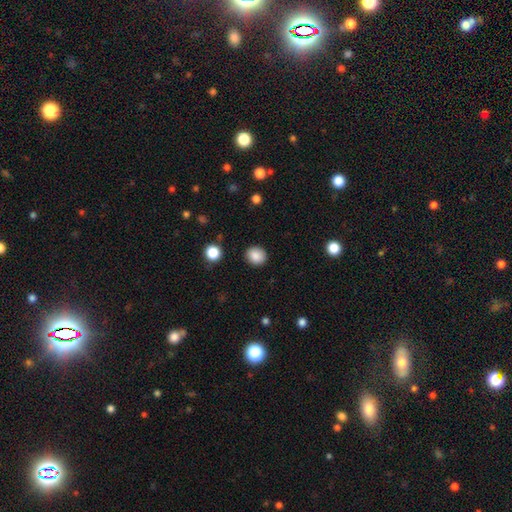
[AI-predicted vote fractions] Smooth or featured?
  - smooth: 87% *
  - star or artifact: 9%
  - featured or disk: 4%
How rounded?
  - round: 75% *
  - in between: 25%
  - cigar-shaped: 1%
Merging?
  - none: 89% *
  - minor disturbance: 8%
  - major disturbance: 2%
  - merger: 1%